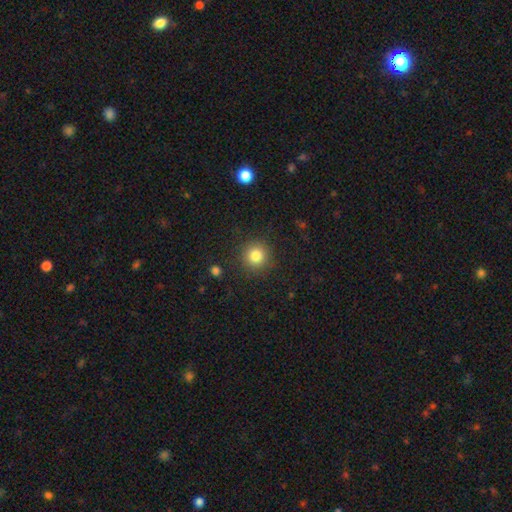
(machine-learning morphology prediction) Overall: smooth (83%). How rounded: round (93%). Merging: none (89%).